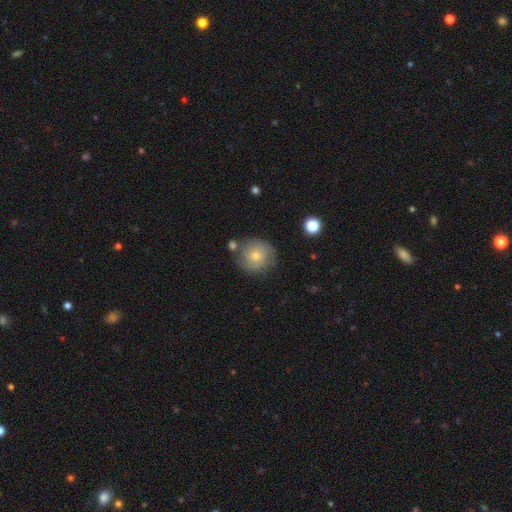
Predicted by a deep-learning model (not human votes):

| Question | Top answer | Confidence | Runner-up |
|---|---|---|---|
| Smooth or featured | smooth | 48% | featured or disk (42%) |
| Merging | none | 76% | minor disturbance (14%) |